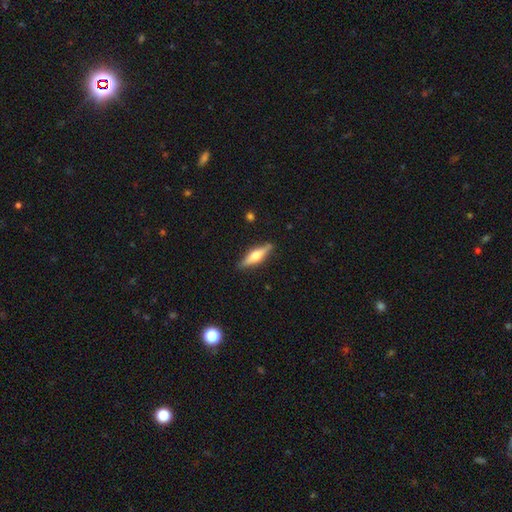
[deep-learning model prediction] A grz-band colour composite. It shows a featured or disk galaxy (57%) viewed edge-on (95%) with a rounded central bulge (92%). Merging: none (88%).